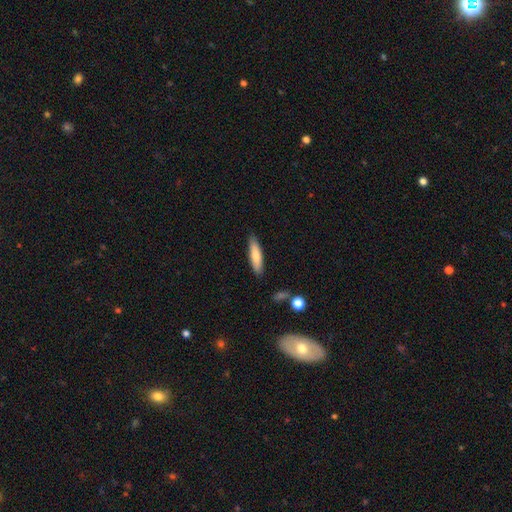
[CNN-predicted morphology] Q: Smooth or featured?
A: smooth (77%); runner-up: featured or disk (17%)
Q: How rounded?
A: cigar-shaped (72%); runner-up: in between (27%)
Q: Merging?
A: none (86%); runner-up: minor disturbance (10%)